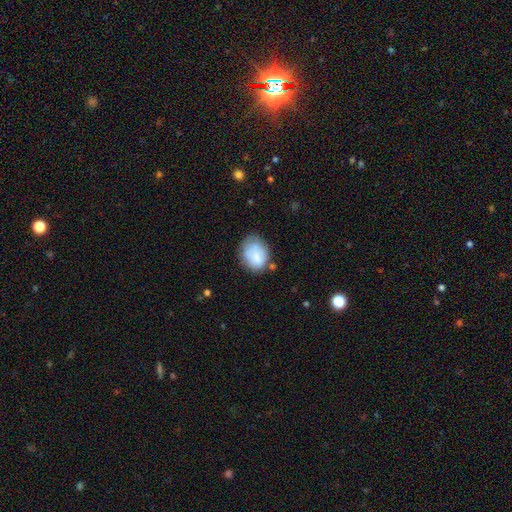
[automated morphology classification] Smooth or featured?
  - smooth: 78% *
  - featured or disk: 14%
  - star or artifact: 8%
How rounded?
  - in between: 58% *
  - round: 41%
  - cigar-shaped: 1%
Merging?
  - none: 53% *
  - minor disturbance: 29%
  - major disturbance: 10%
  - merger: 9%